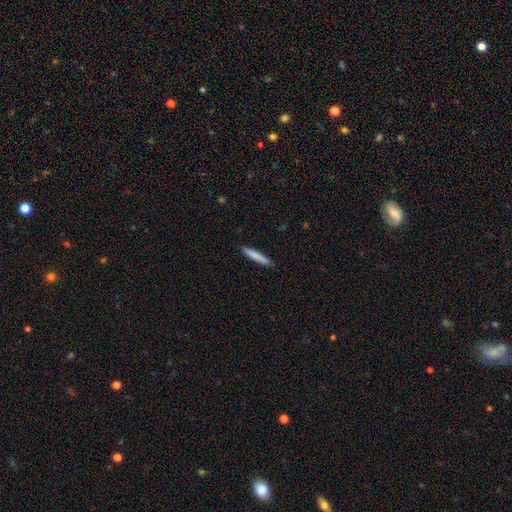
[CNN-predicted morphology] Smooth or featured?
  - smooth: 80% *
  - featured or disk: 15%
  - star or artifact: 5%
How rounded?
  - cigar-shaped: 93% *
  - in between: 6%
  - round: 1%
Merging?
  - none: 88% *
  - minor disturbance: 10%
  - major disturbance: 2%
  - merger: 1%